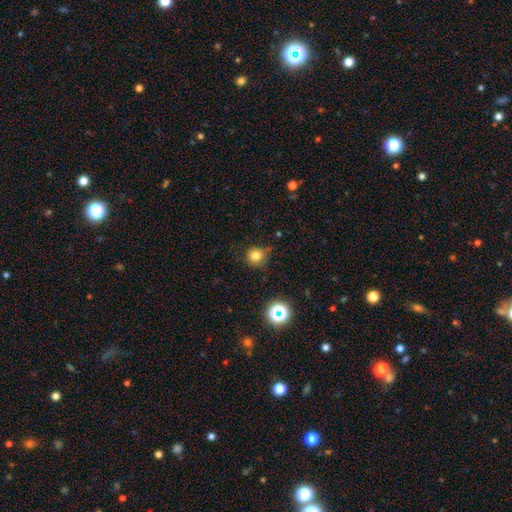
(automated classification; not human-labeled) Smooth or featured? Predicted: smooth (p=0.78). How rounded? Predicted: round (p=0.90). Merging? Predicted: none (p=0.70).